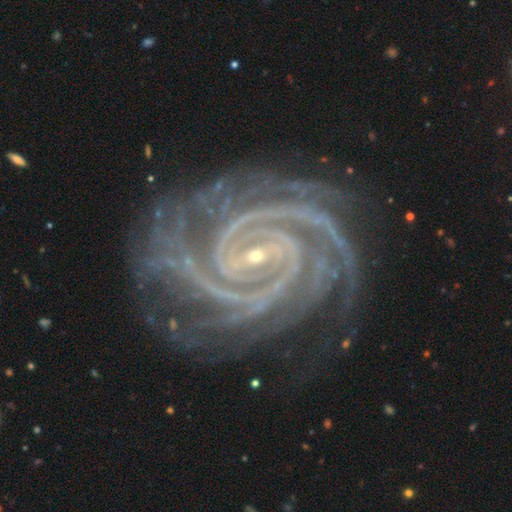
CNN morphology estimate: The model was most divided on "spiral arm count": 2: 23%, 3: 21%, 4: 20%, more than 4: 16%, can't tell: 12%, 1: 9%. Remaining: spiral arms — yes (99%); edge-on disk — no (98%); smooth or featured — featured or disk (93%); bulge size — small (90%); spiral winding — tight (80%); merging — none (78%); bar — no (41%).